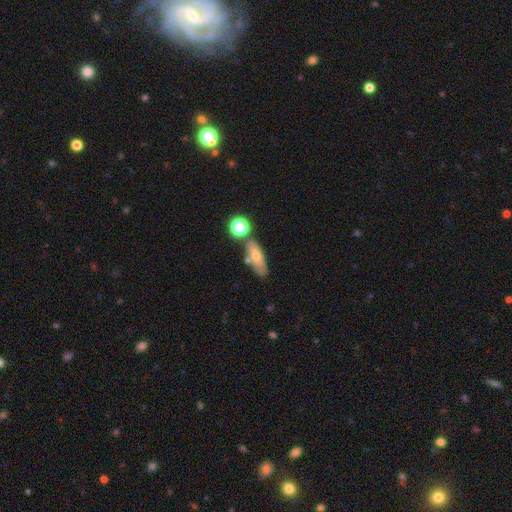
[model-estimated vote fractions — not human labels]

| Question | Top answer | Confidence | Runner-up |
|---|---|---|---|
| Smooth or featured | smooth | 65% | featured or disk (25%) |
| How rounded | in between | 57% | cigar-shaped (36%) |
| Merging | none | 67% | minor disturbance (15%) |